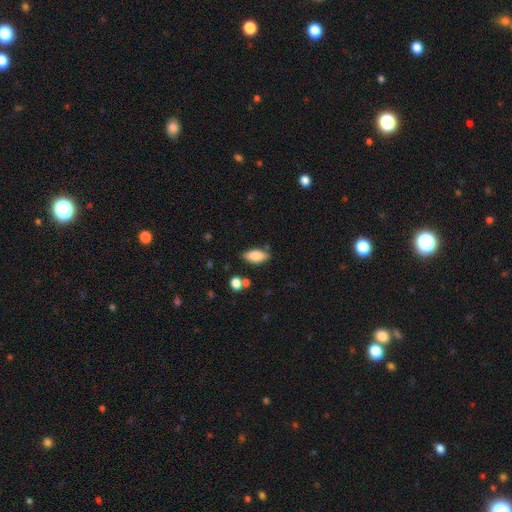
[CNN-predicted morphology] This appears to be a smooth galaxy with no disk features (84%) that is in between round and cigar-shaped (86%). Merging: none (78%).